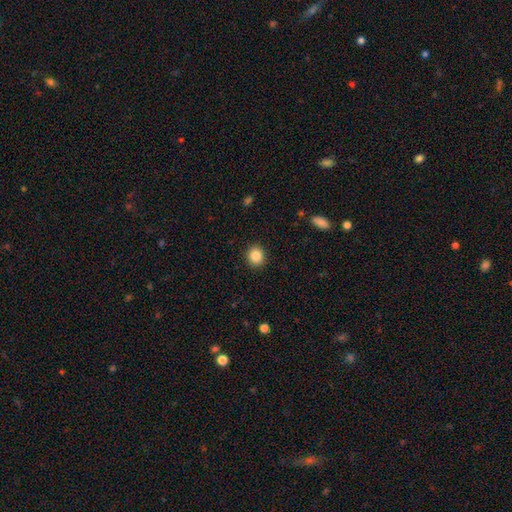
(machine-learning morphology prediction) Smooth or featured: smooth — 86% (star or artifact — 10%)
How rounded: round — 84% (in between — 15%)
Merging: none — 91% (minor disturbance — 6%)